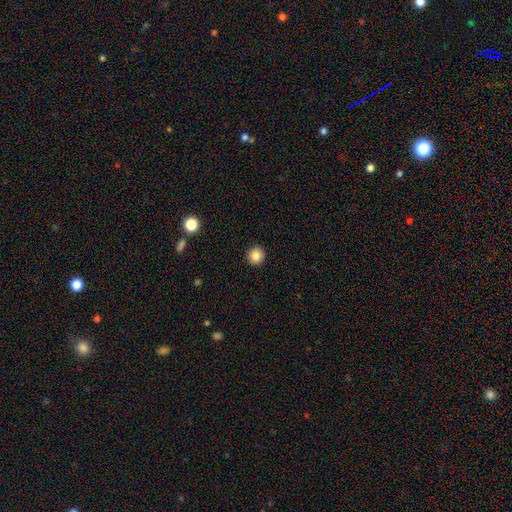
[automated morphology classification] This is clearly a smooth galaxy (85%). How rounded: clearly round (94%). Merging: clearly none (93%).